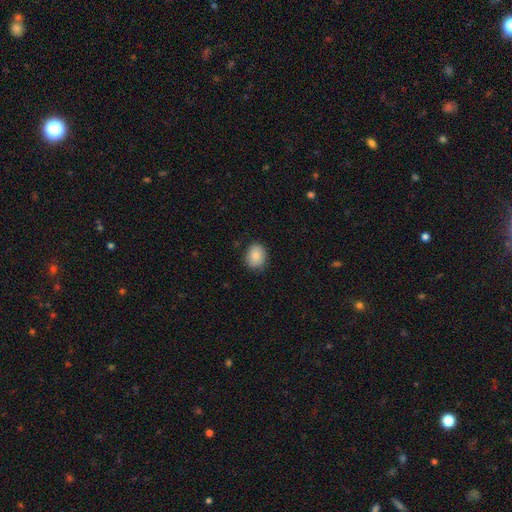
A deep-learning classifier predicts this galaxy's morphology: type=smooth (86%); roundness=round (61%); merging=none (83%).